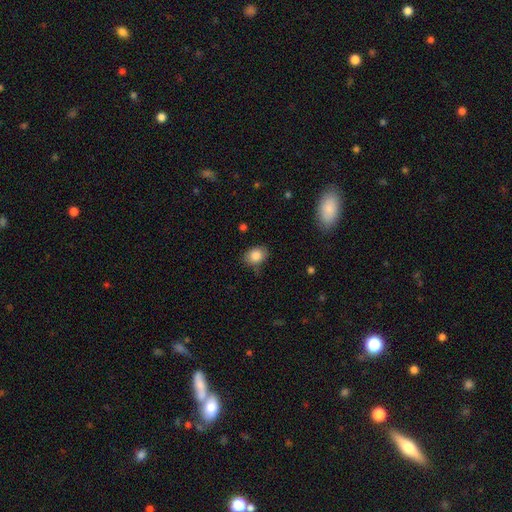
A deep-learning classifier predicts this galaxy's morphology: Smooth or featured: smooth — 85% (star or artifact — 8%)
How rounded: in between — 62% (round — 37%)
Merging: none — 74% (minor disturbance — 20%)